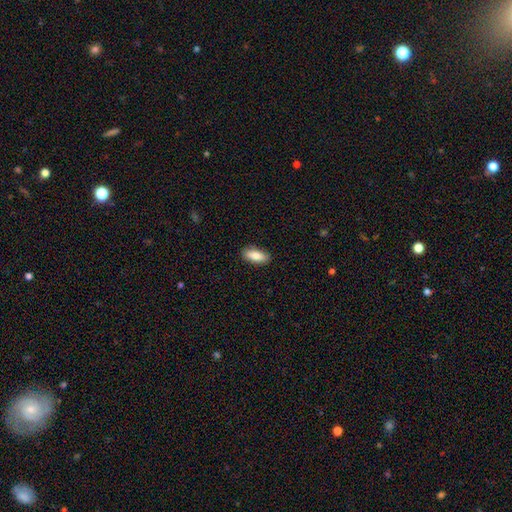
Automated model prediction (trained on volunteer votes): smooth_or_featured: smooth (p=0.84) [alt: featured or disk p=0.10]
how_rounded: in between (p=0.80) [alt: cigar-shaped p=0.18]
merging: none (p=0.88) [alt: minor disturbance p=0.09]